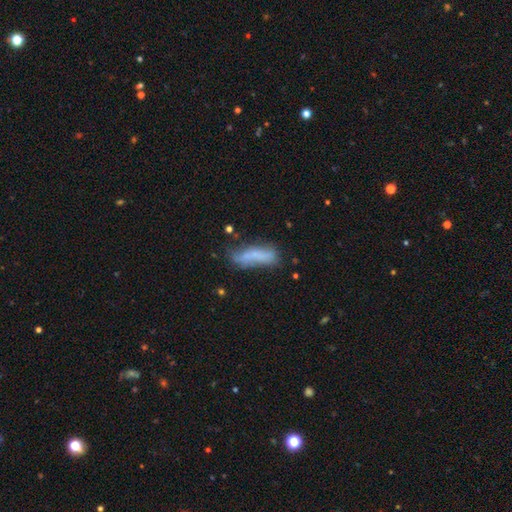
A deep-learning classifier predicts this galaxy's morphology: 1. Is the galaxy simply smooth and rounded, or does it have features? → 61% smooth, 28% featured or disk, 10% star or artifact.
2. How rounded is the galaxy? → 57% cigar-shaped, 41% in between, 2% round.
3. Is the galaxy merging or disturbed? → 48% none, 29% minor disturbance, 15% major disturbance, 8% merger.